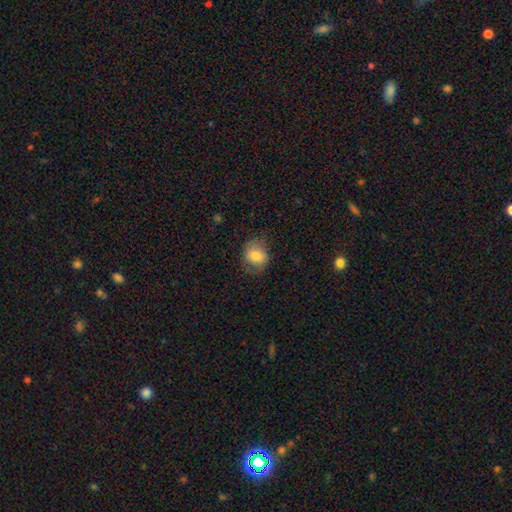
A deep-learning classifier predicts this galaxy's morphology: smooth 73%, featured or disk 19%, star or artifact 8%. Down the decision tree: how rounded — round (56%); merging — none (68%).